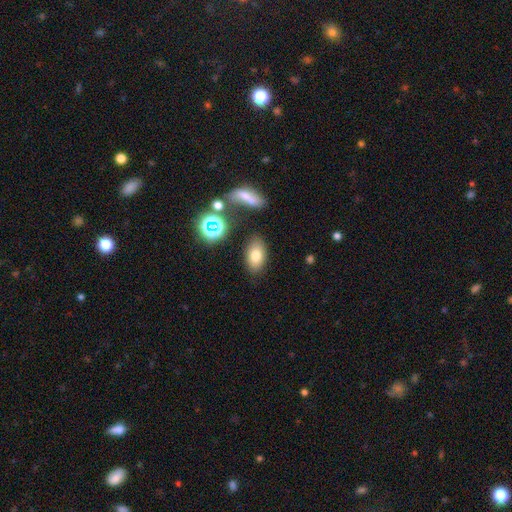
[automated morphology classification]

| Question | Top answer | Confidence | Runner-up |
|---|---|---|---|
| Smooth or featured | smooth | 73% | featured or disk (14%) |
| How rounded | in between | 88% | round (10%) |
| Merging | none | 82% | minor disturbance (11%) |